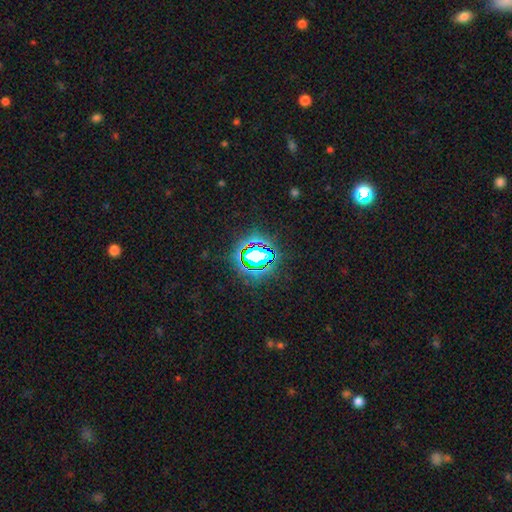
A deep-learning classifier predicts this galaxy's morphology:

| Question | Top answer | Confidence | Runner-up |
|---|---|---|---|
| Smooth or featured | star or artifact | 78% | smooth (13%) |